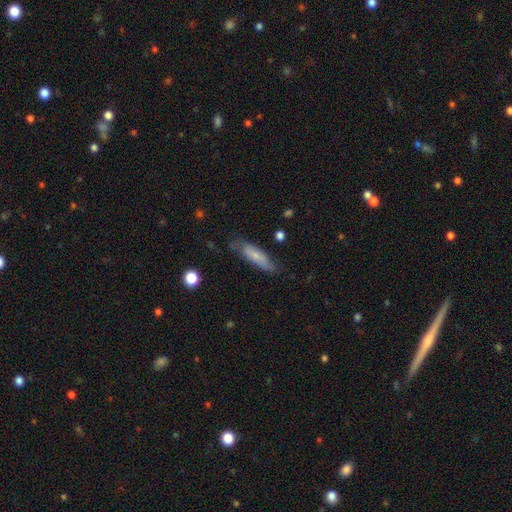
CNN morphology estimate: This is likely a smooth galaxy (66%). How rounded: possibly cigar-shaped (58%). Merging: likely none (62%).